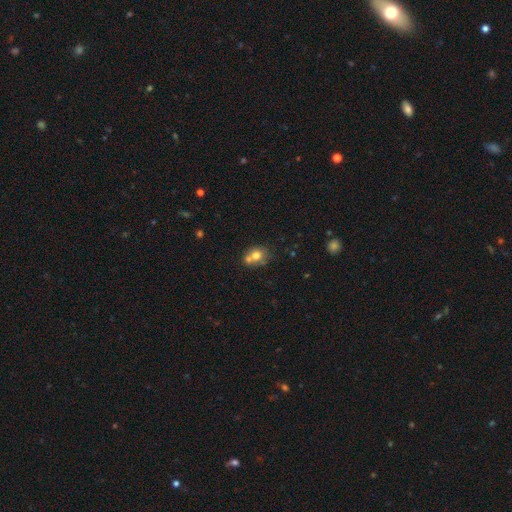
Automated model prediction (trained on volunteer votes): This is likely a smooth galaxy (70%). How rounded: possibly round (60%). Merging: marginally merger (42%).